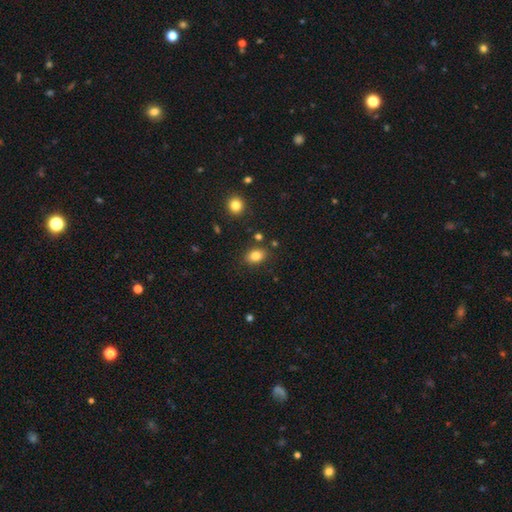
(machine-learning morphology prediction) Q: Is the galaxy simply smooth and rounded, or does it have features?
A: smooth — 84%.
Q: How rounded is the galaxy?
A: in between — 74%.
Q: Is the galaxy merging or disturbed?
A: none — 84%.